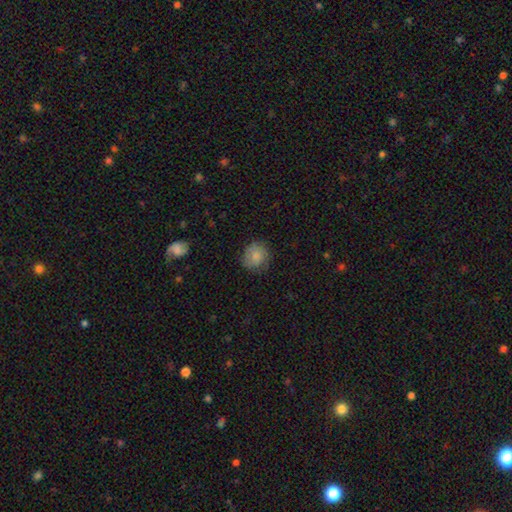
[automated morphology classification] smooth_or_featured: smooth (p=0.82) [alt: featured or disk p=0.10]
how_rounded: round (p=0.82) [alt: in between p=0.17]
merging: none (p=0.76) [alt: minor disturbance p=0.18]